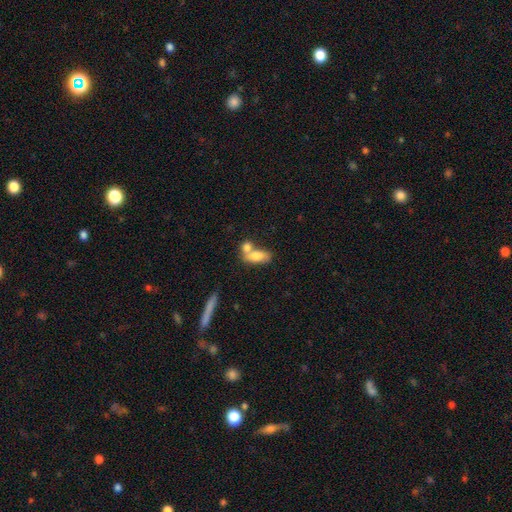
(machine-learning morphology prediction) Smooth or featured: smooth — 72% (featured or disk — 20%)
How rounded: in between — 81% (cigar-shaped — 11%)
Merging: merger — 53% (none — 29%)